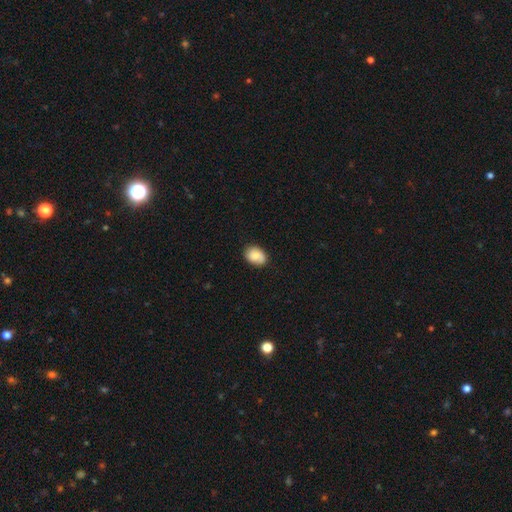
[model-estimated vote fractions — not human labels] The model was most divided on "how rounded": in between: 70%, round: 29%, cigar-shaped: 1%. More confident: merging — none (77%); smooth or featured — smooth (76%).